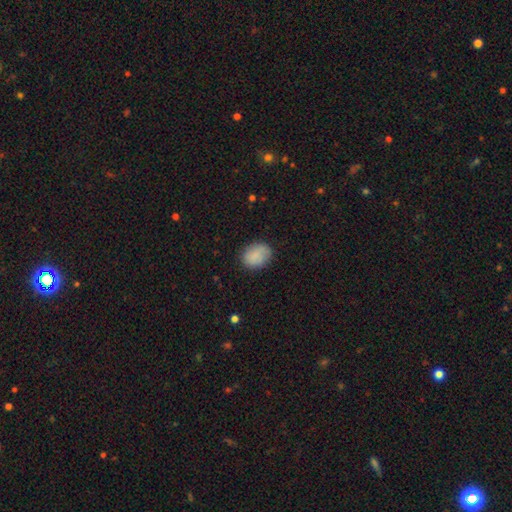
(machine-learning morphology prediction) smooth_or_featured: smooth (p=0.84) [alt: featured or disk p=0.08]
how_rounded: in between (p=0.61) [alt: round p=0.38]
merging: none (p=0.78) [alt: minor disturbance p=0.17]